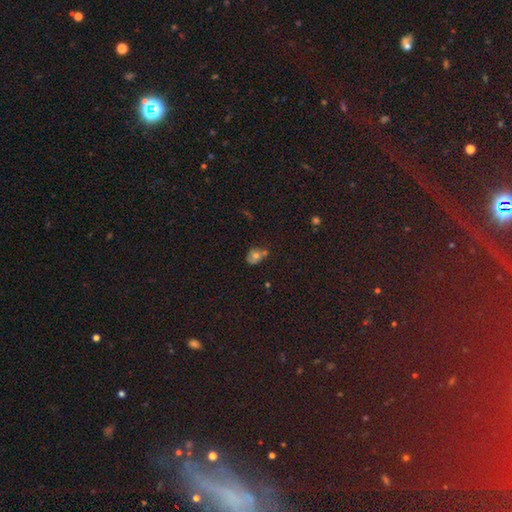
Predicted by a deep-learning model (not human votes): Smooth or featured? smooth (64%)
How rounded? in between (53%)
Merging? none (44%)